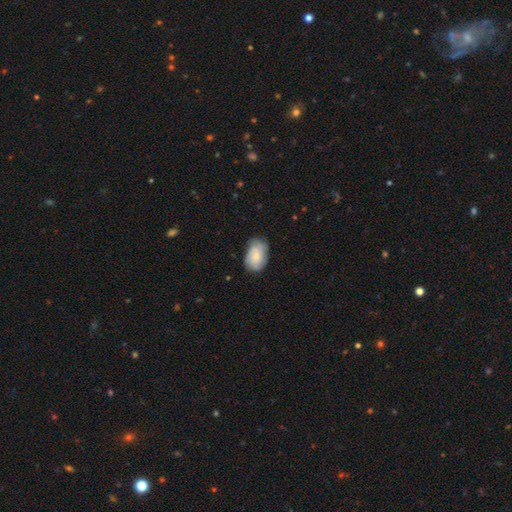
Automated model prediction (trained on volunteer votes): smooth_or_featured: smooth (p=0.63) [alt: featured or disk p=0.31]
how_rounded: in between (p=0.87) [alt: round p=0.12]
merging: none (p=0.65) [alt: minor disturbance p=0.28]